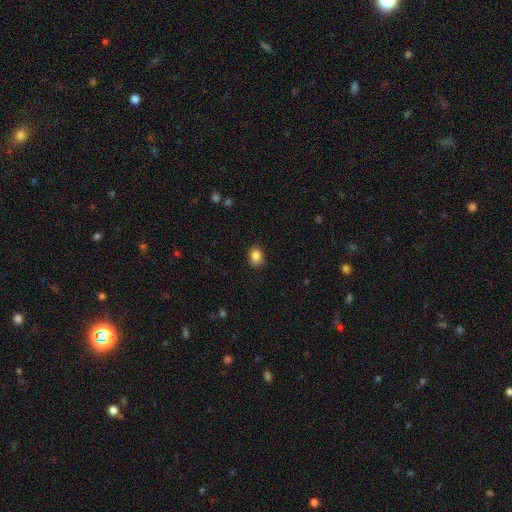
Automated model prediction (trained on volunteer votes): The model was most divided on "how rounded": in between: 56%, round: 43%, cigar-shaped: 1%. More confident: smooth or featured — smooth (86%); merging — none (85%).